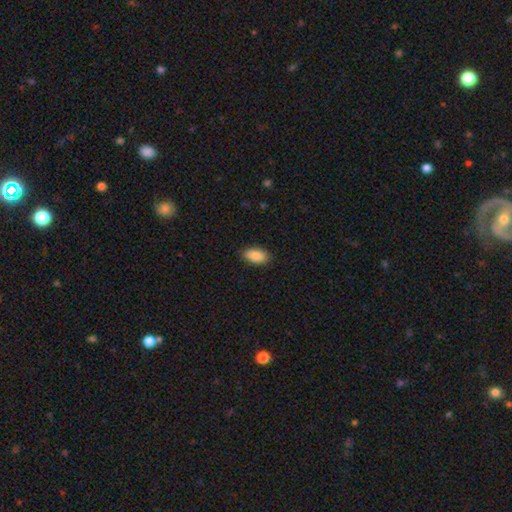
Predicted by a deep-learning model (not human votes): Morphology: type=smooth (87%); roundness=in between (93%); merging=none (87%).